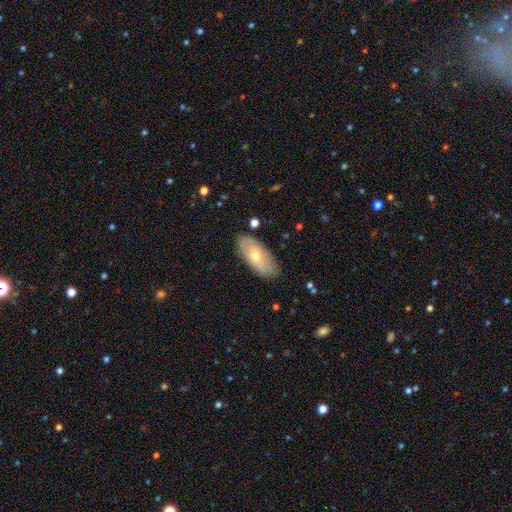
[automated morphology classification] Overall: smooth (53%; featured or disk 41%). How rounded: in between (87%). Merging: none (83%).